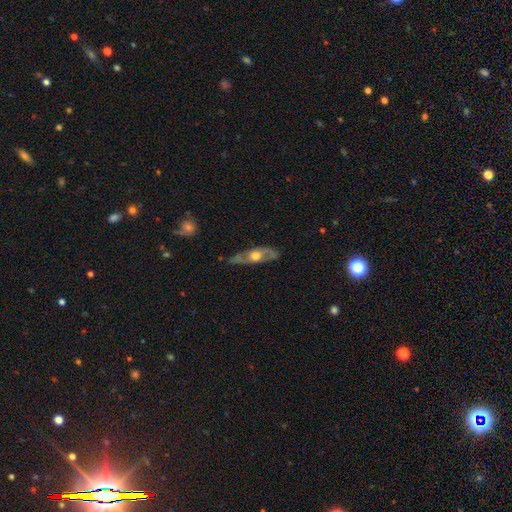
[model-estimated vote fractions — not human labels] The model was most divided on "edge-on disk": no: 52%, yes: 48%. More confident: merging — none (70%); smooth or featured — featured or disk (67%).